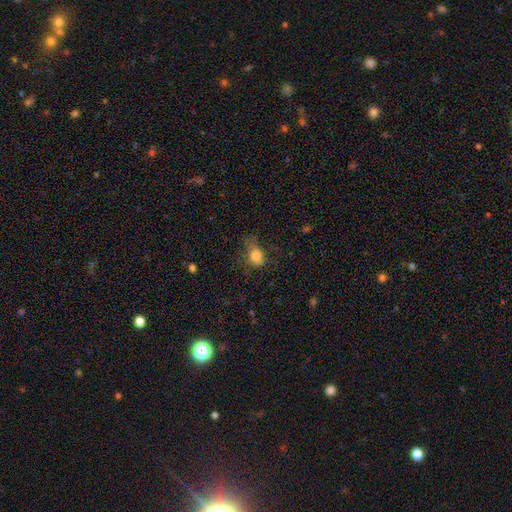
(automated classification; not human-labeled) This is likely a smooth galaxy (80%). How rounded: likely in between (64%). Merging: possibly none (47%).